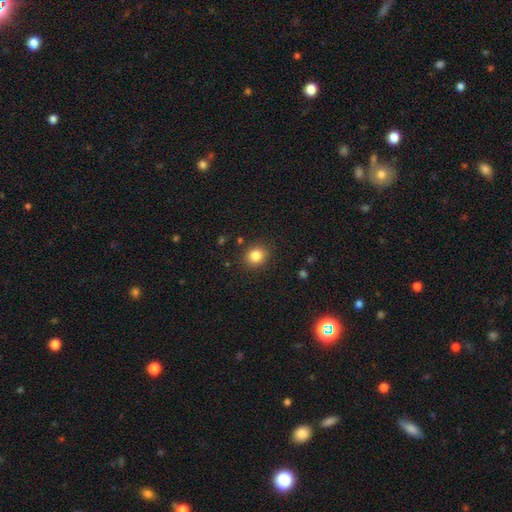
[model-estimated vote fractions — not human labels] Smooth or featured: smooth — 83% (star or artifact — 11%)
How rounded: round — 74% (in between — 25%)
Merging: none — 88% (minor disturbance — 8%)